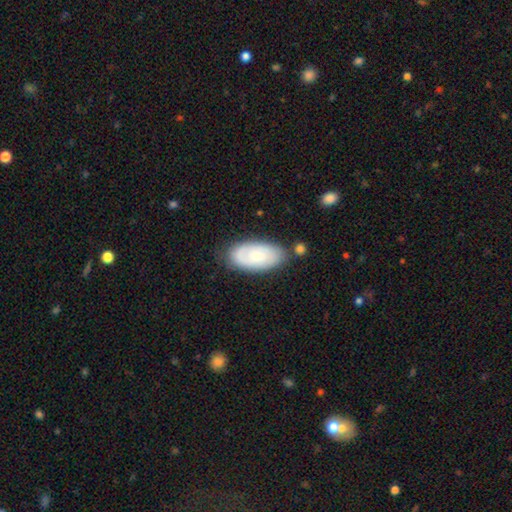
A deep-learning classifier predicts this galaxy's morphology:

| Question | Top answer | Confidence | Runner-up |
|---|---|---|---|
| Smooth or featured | smooth | 62% | featured or disk (32%) |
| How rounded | in between | 94% | cigar-shaped (3%) |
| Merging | none | 72% | minor disturbance (18%) |